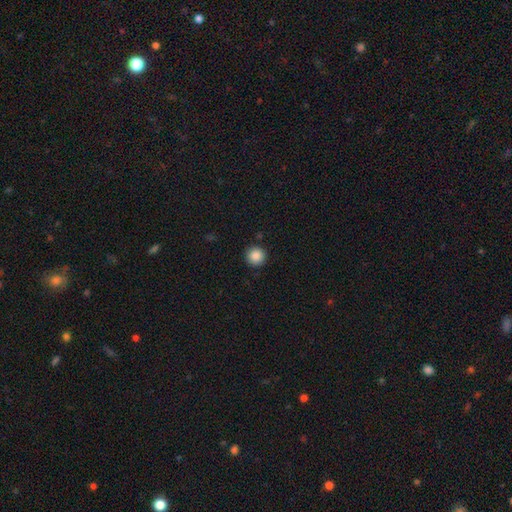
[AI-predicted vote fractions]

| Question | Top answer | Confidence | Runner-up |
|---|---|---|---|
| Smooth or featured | smooth | 88% | star or artifact (9%) |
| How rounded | round | 95% | in between (4%) |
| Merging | none | 91% | minor disturbance (6%) |